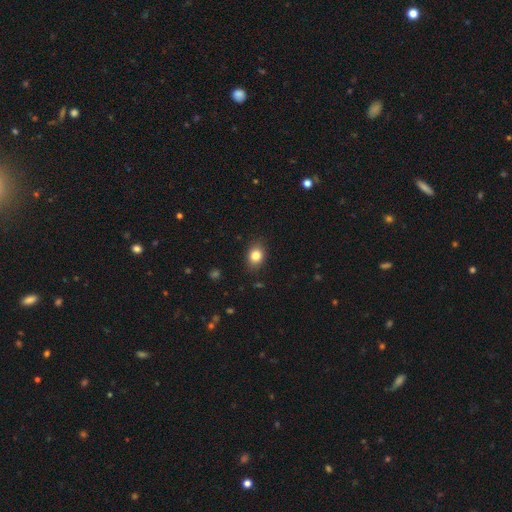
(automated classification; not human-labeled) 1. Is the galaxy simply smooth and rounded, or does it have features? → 83% smooth, 10% star or artifact, 7% featured or disk.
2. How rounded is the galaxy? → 61% in between, 38% round, 1% cigar-shaped.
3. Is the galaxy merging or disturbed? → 85% none, 11% minor disturbance, 3% major disturbance, 1% merger.